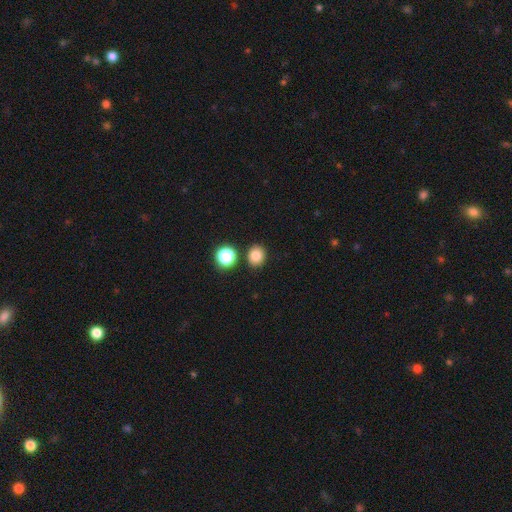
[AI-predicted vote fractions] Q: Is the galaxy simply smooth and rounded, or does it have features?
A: smooth — 81%.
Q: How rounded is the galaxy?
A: round — 69%.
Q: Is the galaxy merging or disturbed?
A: none — 85%.